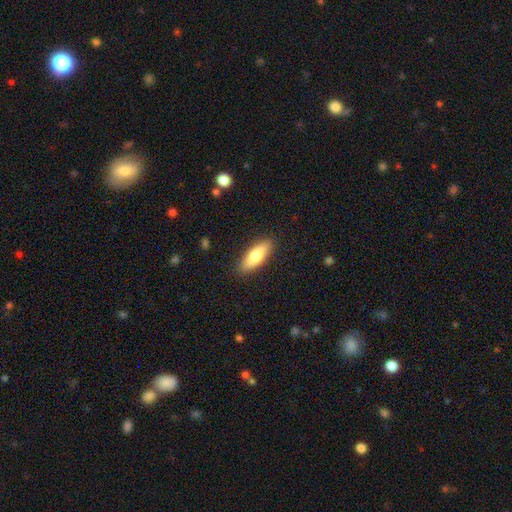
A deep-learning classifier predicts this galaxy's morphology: A smooth galaxy with no disk features (75%) that is in between round and cigar-shaped (63%).

Vote fractions:
- Smooth or featured? smooth: 75% / featured or disk: 19% / star or artifact: 6%
- How rounded? in between: 63% / cigar-shaped: 35% / round: 2%
- Merging? none: 87% / minor disturbance: 9% / major disturbance: 2% / merger: 1%